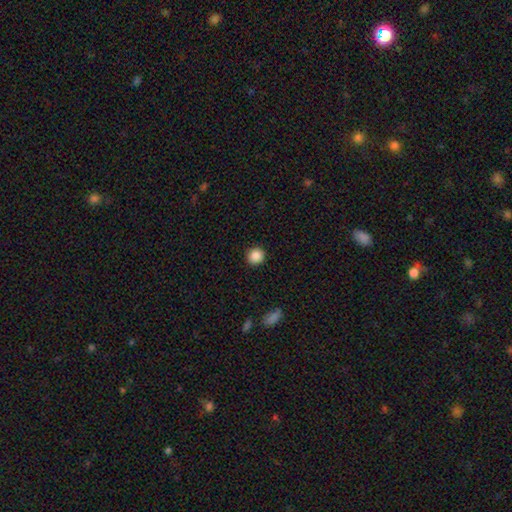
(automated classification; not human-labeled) smooth_or_featured: smooth (p=0.87) [alt: star or artifact p=0.10]
how_rounded: round (p=0.94) [alt: in between p=0.05]
merging: none (p=0.92) [alt: minor disturbance p=0.05]